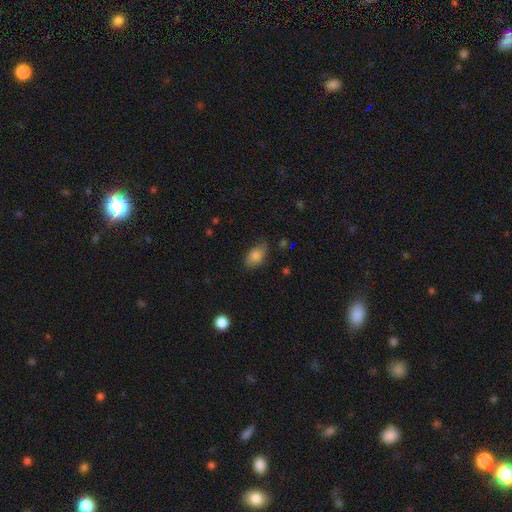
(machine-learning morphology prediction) This appears to be a smooth galaxy with no disk features (82%) that is in between round and cigar-shaped (90%). Merging: none (69%).